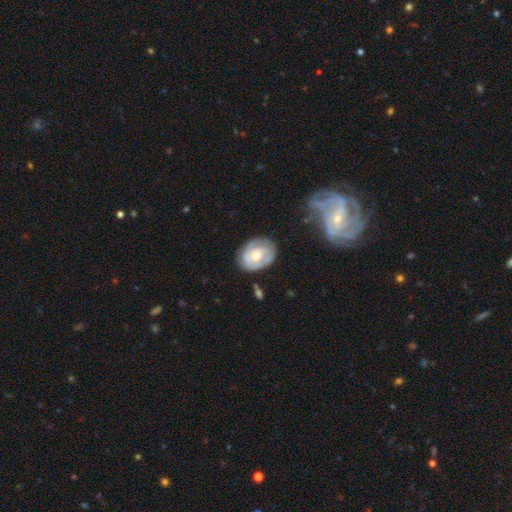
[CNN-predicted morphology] Smooth or featured?
  - featured or disk: 59% *
  - smooth: 35%
  - star or artifact: 6%
Edge-on disk?
  - no: 96% *
  - yes: 4%
Bar?
  - no: 73% *
  - weak: 23%
  - strong: 4%
Spiral arms?
  - yes: 68% *
  - no: 32%
Bulge size?
  - moderate: 61% *
  - small: 31%
  - large: 6%
  - none: 2%
  - dominant: 1%
Merging?
  - none: 70% *
  - minor disturbance: 21%
  - major disturbance: 6%
  - merger: 2%